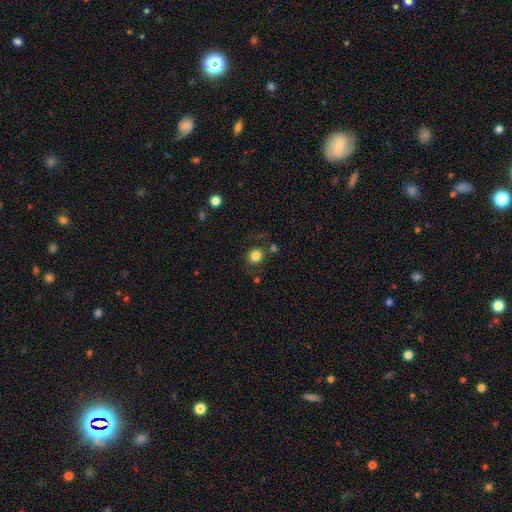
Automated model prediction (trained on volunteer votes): Smooth or featured?
  - smooth: 82% *
  - star or artifact: 11%
  - featured or disk: 7%
How rounded?
  - round: 82% *
  - in between: 17%
  - cigar-shaped: 1%
Merging?
  - none: 75% *
  - minor disturbance: 12%
  - merger: 8%
  - major disturbance: 6%